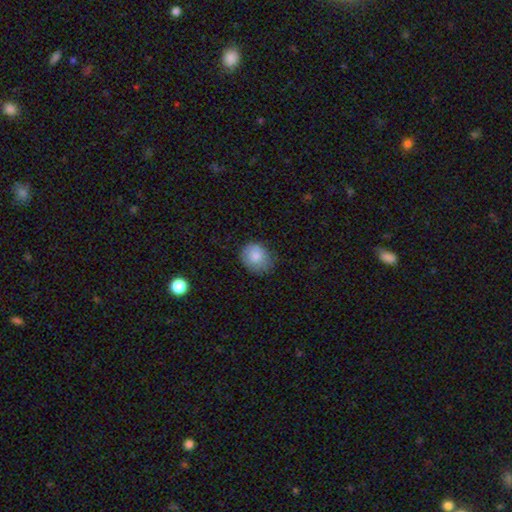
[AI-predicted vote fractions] smooth_or_featured: smooth (p=0.84) [alt: featured or disk p=0.09]
how_rounded: round (p=0.63) [alt: in between p=0.37]
merging: none (p=0.68) [alt: minor disturbance p=0.25]